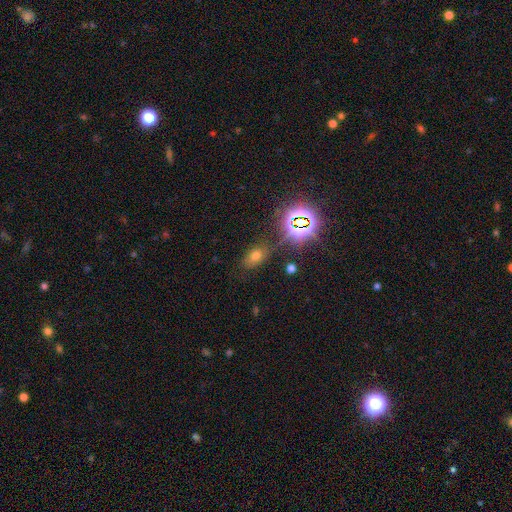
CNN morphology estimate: This is possibly a smooth galaxy (57%). How rounded: clearly in between (82%). Merging: likely none (74%).